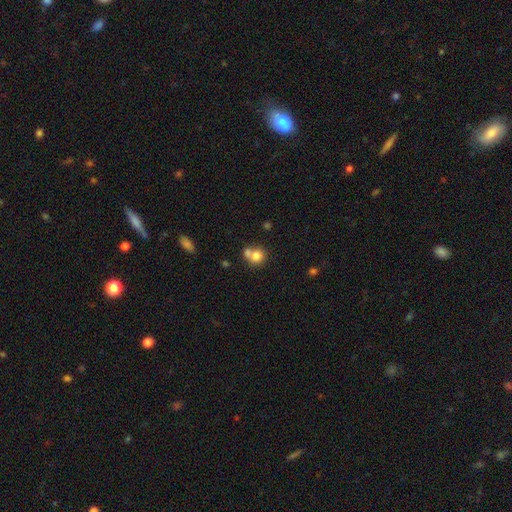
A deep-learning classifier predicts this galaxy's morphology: Smooth or featured: smooth — 78% (featured or disk — 12%)
How rounded: round — 82% (in between — 17%)
Merging: merger — 47% (none — 41%)